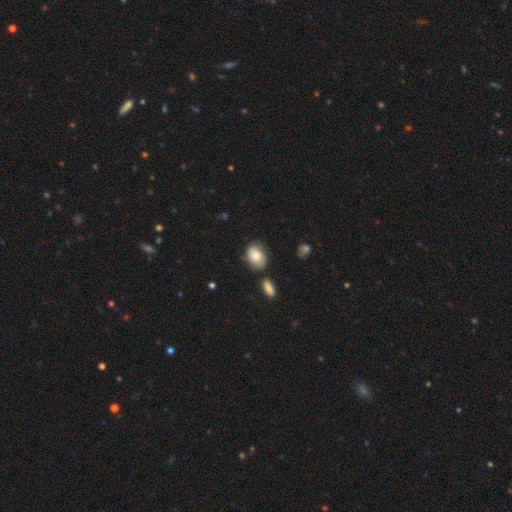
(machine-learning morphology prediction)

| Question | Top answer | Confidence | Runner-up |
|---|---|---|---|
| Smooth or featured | smooth | 78% | featured or disk (15%) |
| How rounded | in between | 79% | round (19%) |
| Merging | none | 64% | minor disturbance (24%) |